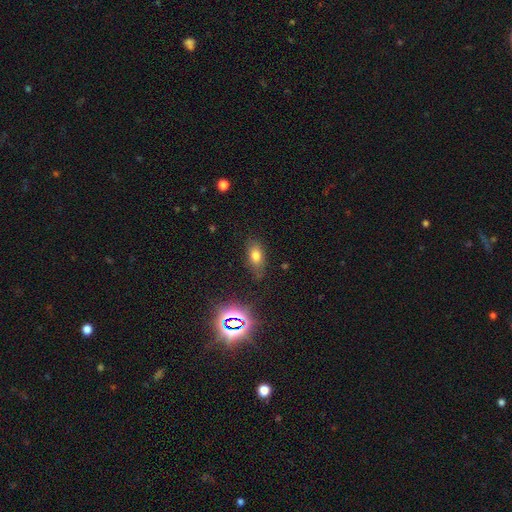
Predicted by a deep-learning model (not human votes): A smooth galaxy with no disk features (71%) that is in between round and cigar-shaped (83%). Merging: none (75%).